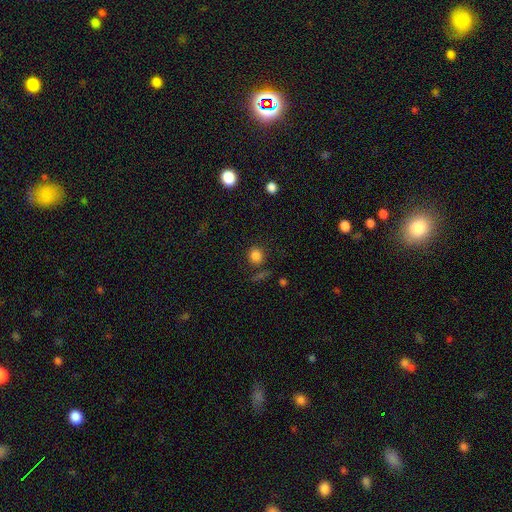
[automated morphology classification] Smooth or featured: smooth — 82% (star or artifact — 13%)
How rounded: round — 88% (in between — 11%)
Merging: none — 79% (minor disturbance — 11%)